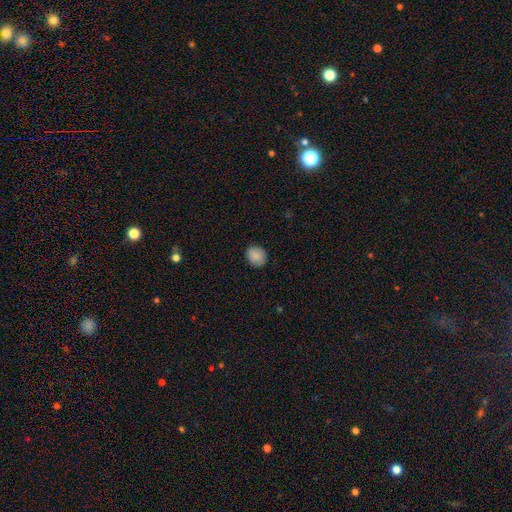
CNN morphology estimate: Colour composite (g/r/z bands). It shows a smooth galaxy with no disk features (88%) that is round (76%). Merging: none (88%).